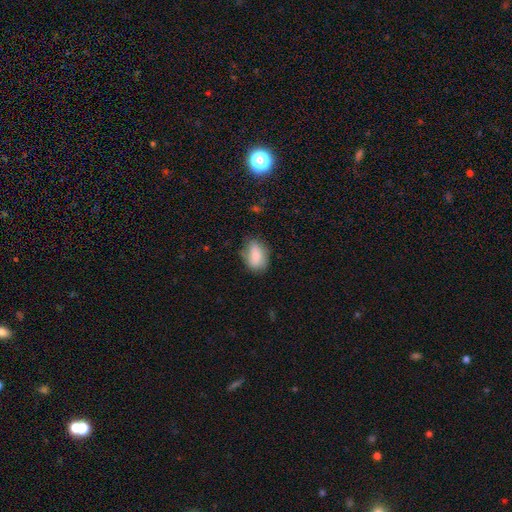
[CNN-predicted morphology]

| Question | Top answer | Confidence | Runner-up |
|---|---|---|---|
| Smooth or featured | smooth | 80% | featured or disk (13%) |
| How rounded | in between | 85% | round (13%) |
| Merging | none | 66% | minor disturbance (26%) |